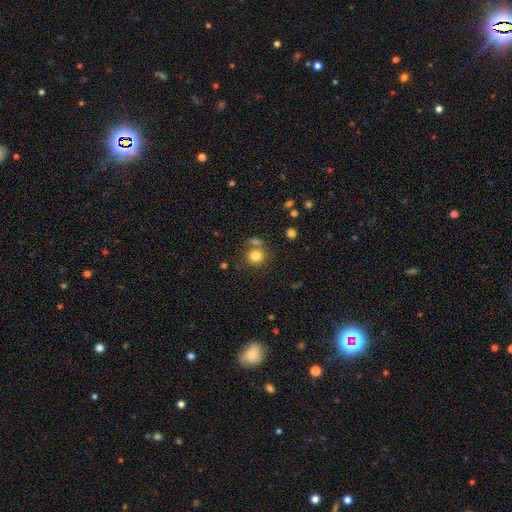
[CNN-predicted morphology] Smooth or featured: smooth — 80% (star or artifact — 12%)
How rounded: round — 81% (in between — 18%)
Merging: none — 64% (merger — 19%)